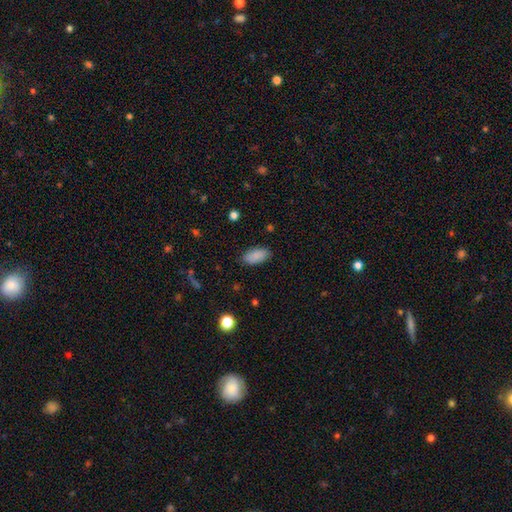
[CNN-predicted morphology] type=smooth (89%); roundness=in between (92%); merging=none (87%).